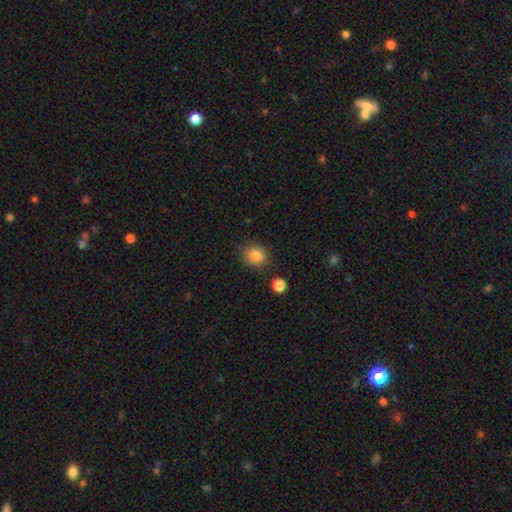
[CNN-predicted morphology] smooth-or-featured: smooth: 83% | star or artifact: 11% | featured or disk: 6%
  how-rounded: round: 57% | in between: 42% | cigar-shaped: 1%
  merging: none: 79% | minor disturbance: 15% | major disturbance: 4% | merger: 3%